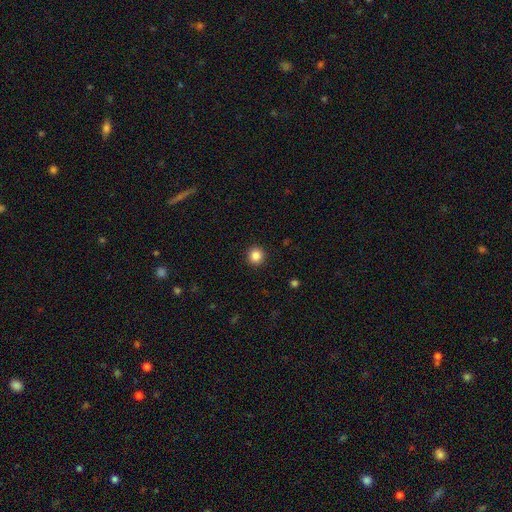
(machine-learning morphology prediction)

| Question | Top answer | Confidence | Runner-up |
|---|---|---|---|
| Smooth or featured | smooth | 85% | star or artifact (11%) |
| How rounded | round | 95% | in between (4%) |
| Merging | none | 93% | minor disturbance (4%) |